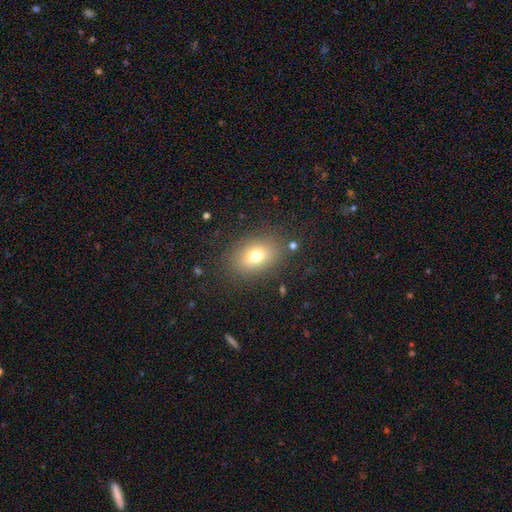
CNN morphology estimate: smooth-or-featured: smooth: 72% | featured or disk: 15% | star or artifact: 12%
  how-rounded: in between: 75% | round: 23% | cigar-shaped: 2%
  merging: none: 82% | minor disturbance: 11% | major disturbance: 5% | merger: 2%